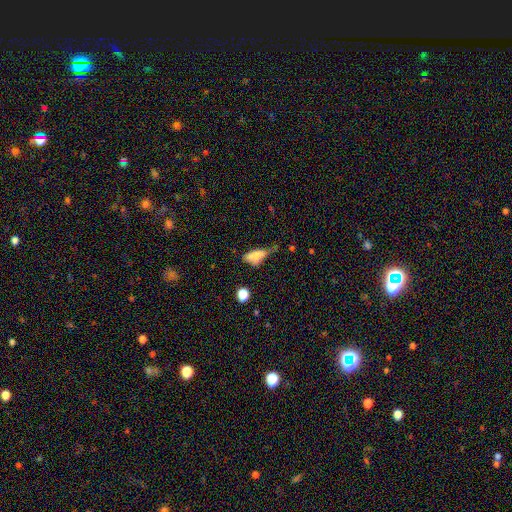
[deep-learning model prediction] smooth_or_featured: smooth (p=0.69) [alt: featured or disk p=0.19]
how_rounded: in between (p=0.77) [alt: cigar-shaped p=0.18]
merging: minor disturbance (p=0.38) [alt: major disturbance p=0.28]